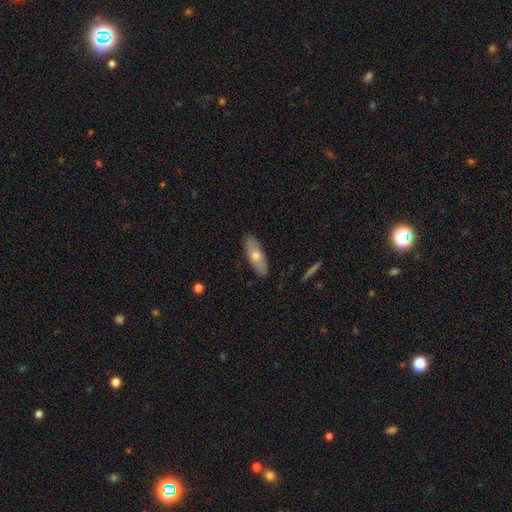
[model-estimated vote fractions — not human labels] smooth_or_featured: smooth (p=0.60) [alt: featured or disk p=0.34]
how_rounded: in between (p=0.62) [alt: cigar-shaped p=0.35]
merging: none (p=0.88) [alt: minor disturbance p=0.09]